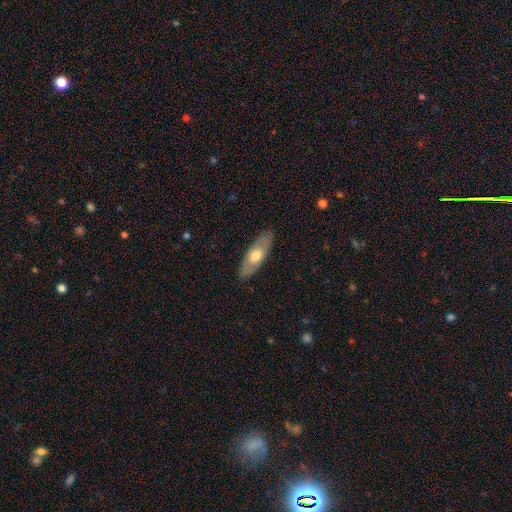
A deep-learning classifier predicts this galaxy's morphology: Smooth or featured: smooth — 57% (featured or disk — 38%)
How rounded: in between — 69% (cigar-shaped — 29%)
Merging: none — 85% (minor disturbance — 11%)